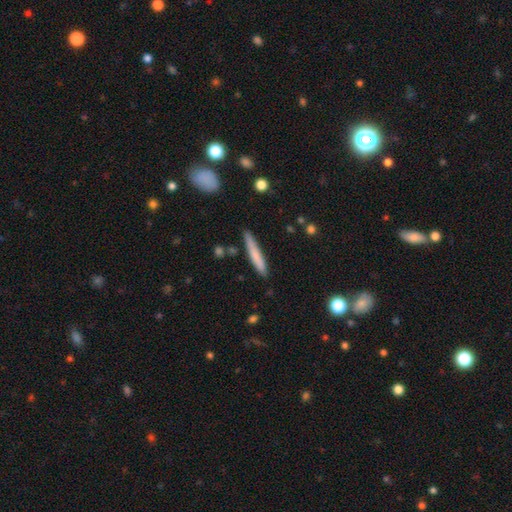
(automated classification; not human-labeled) Smooth or featured: smooth — 74% (featured or disk — 21%)
How rounded: cigar-shaped — 94% (in between — 5%)
Merging: none — 84% (minor disturbance — 12%)